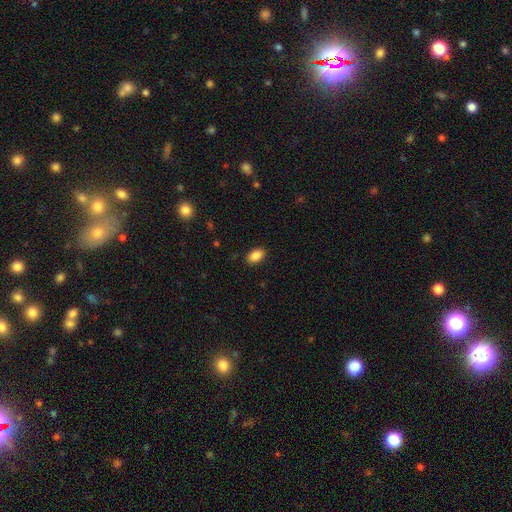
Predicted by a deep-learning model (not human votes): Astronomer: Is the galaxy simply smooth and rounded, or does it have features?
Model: smooth — 88%.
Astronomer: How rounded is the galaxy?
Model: in between — 90%.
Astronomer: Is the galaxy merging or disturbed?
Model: none — 89%.